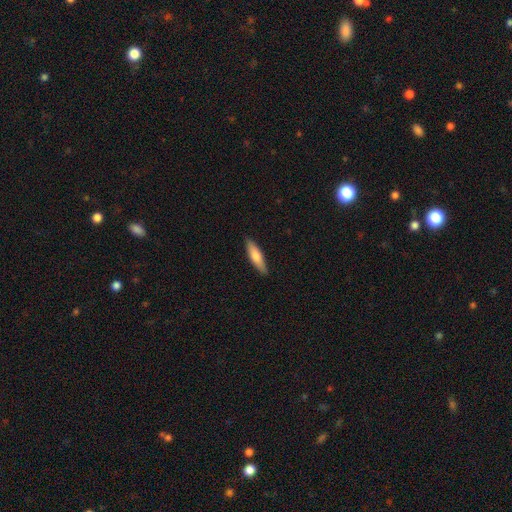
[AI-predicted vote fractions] smooth 71%, featured or disk 23%, star or artifact 5%. Down the decision tree: how rounded — cigar-shaped (69%); merging — none (89%).